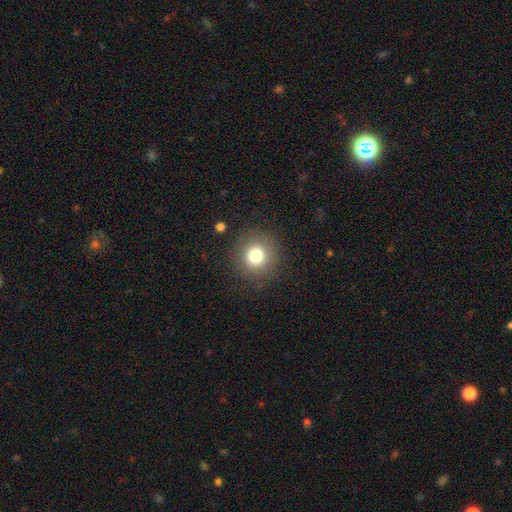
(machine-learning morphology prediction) This is likely a smooth galaxy (78%). How rounded: clearly round (93%). Merging: clearly none (88%).